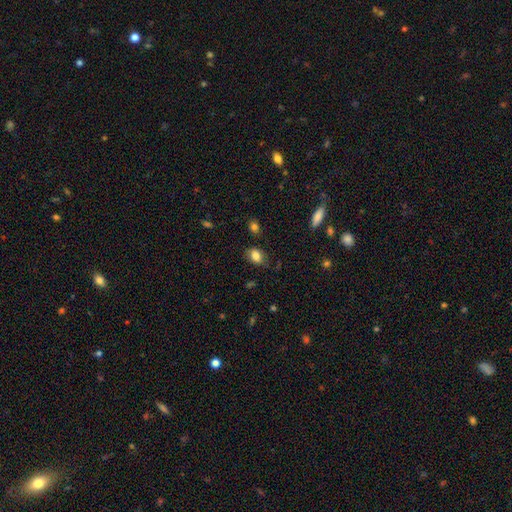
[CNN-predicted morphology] A smooth galaxy with no disk features (83%) that is in between round and cigar-shaped (76%).

Vote fractions:
- Smooth or featured? smooth: 83% / star or artifact: 10% / featured or disk: 8%
- How rounded? in between: 76% / round: 23% / cigar-shaped: 1%
- Merging? none: 75% / minor disturbance: 18% / major disturbance: 4% / merger: 2%